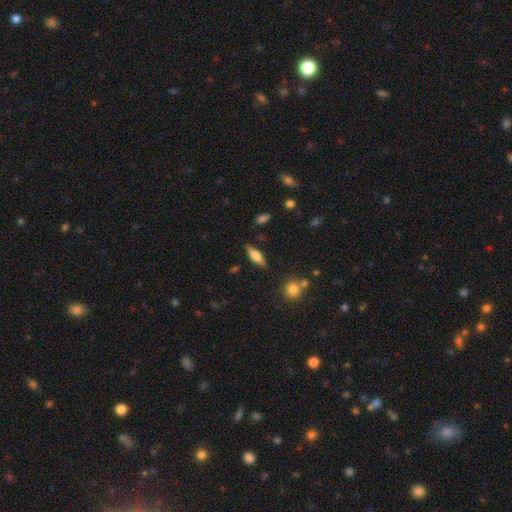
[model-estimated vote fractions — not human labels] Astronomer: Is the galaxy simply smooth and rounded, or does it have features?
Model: smooth — 58% (runner-up: featured or disk, 34%).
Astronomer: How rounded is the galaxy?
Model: in between — 56% (runner-up: cigar-shaped, 41%).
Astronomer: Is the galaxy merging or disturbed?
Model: none — 83%.